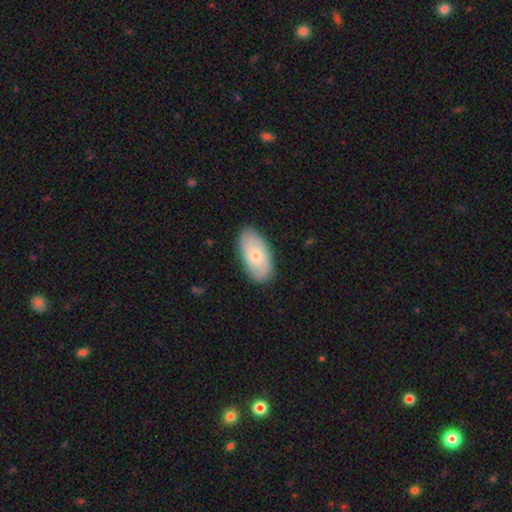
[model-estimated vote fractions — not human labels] smooth-or-featured: smooth: 57% | featured or disk: 37% | star or artifact: 6%
  how-rounded: in between: 93% | round: 4% | cigar-shaped: 3%
  merging: none: 84% | minor disturbance: 13% | major disturbance: 3% | merger: 1%